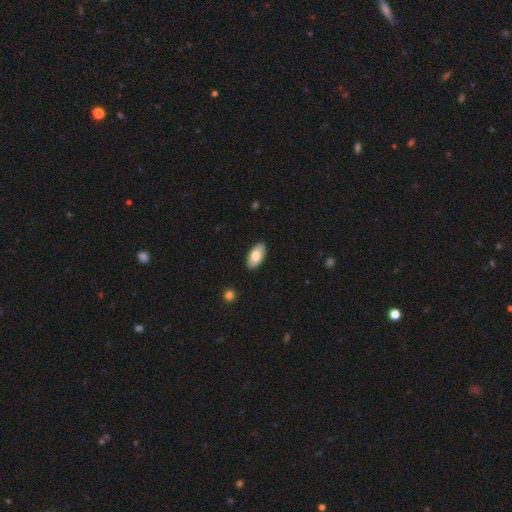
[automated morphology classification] Smooth or featured? Predicted: smooth (p=0.80). How rounded? Predicted: in between (p=0.94). Merging? Predicted: none (p=0.89).